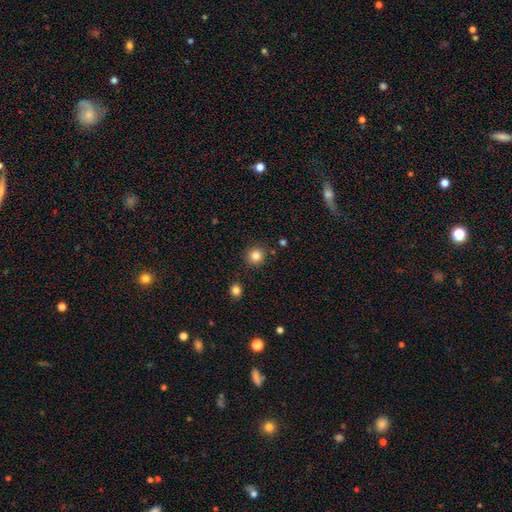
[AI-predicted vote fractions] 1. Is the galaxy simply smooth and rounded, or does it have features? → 85% smooth, 11% star or artifact, 5% featured or disk.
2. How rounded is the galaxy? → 92% round, 7% in between, 1% cigar-shaped.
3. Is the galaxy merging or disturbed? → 88% none, 7% minor disturbance, 3% merger, 2% major disturbance.